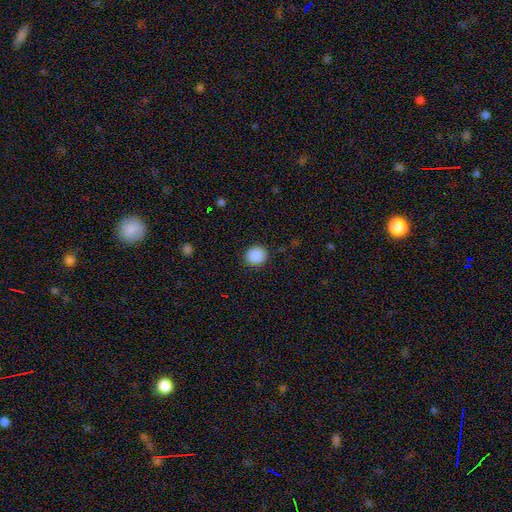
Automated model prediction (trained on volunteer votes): A smooth galaxy with no disk features (89%) that is round (83%). Merging: none (90%).